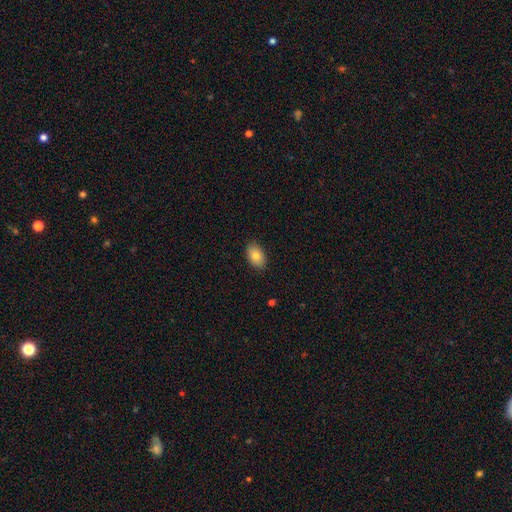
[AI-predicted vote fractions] This appears to be a smooth galaxy with no disk features (81%) that is in between round and cigar-shaped (90%). Merging: none (88%).